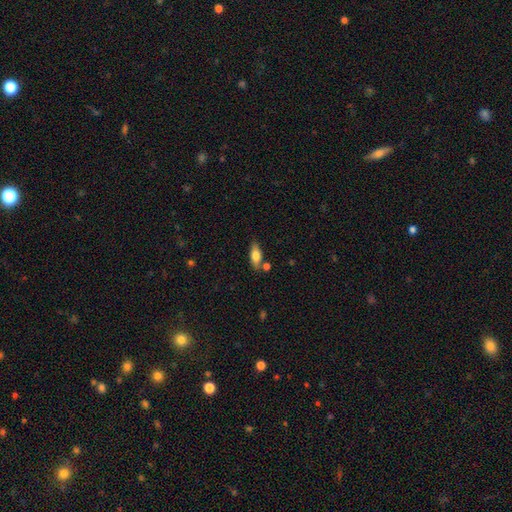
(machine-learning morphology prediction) A smooth galaxy with no disk features (74%) that is in between round and cigar-shaped (76%). Merging: none (73%).